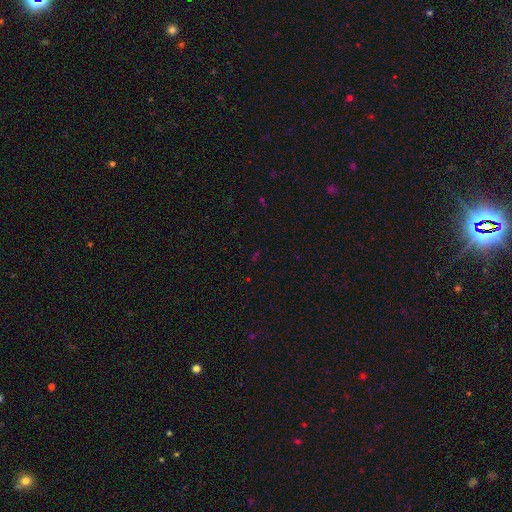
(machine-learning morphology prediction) smooth_or_featured: star or artifact (p=0.66) [alt: smooth p=0.25]